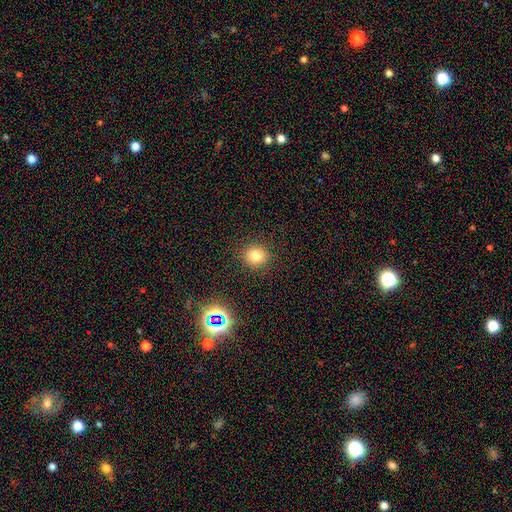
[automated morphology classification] This is likely a smooth galaxy (78%). How rounded: clearly round (84%). Merging: clearly none (89%).